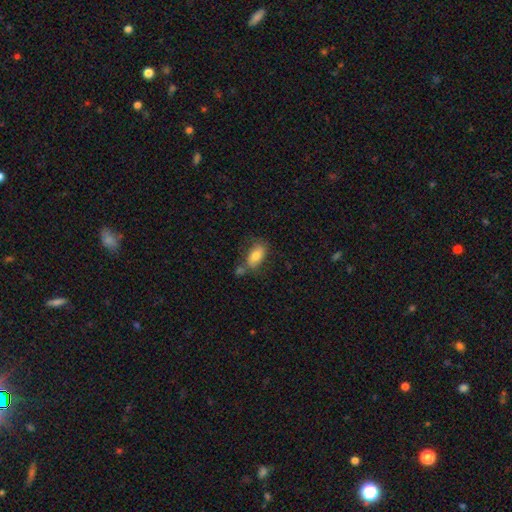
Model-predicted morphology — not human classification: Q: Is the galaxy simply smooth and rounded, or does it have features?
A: smooth — 76%.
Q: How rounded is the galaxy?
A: in between — 90%.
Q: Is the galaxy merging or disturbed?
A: none — 51%.